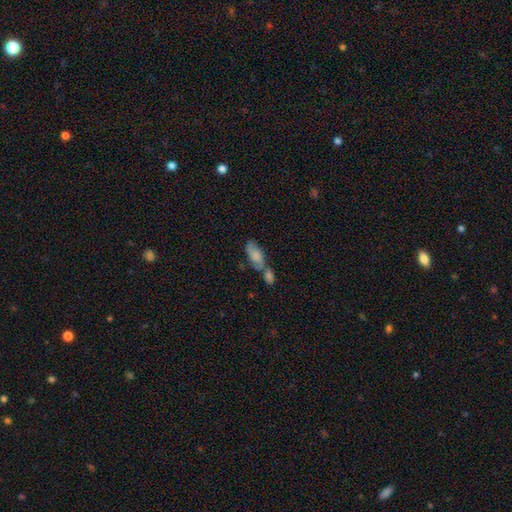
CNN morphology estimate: type=smooth (65%); roundness=in between (82%); merging=merger (47%).